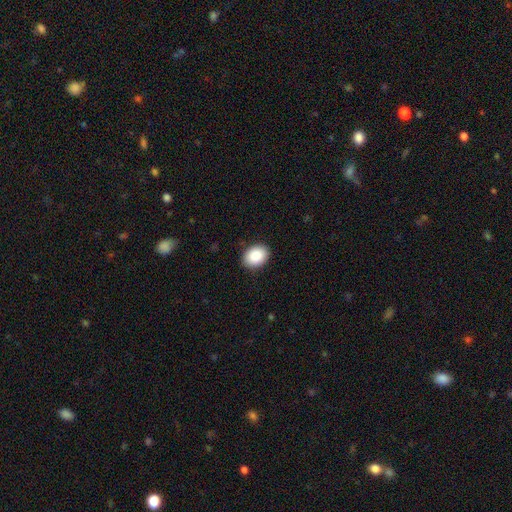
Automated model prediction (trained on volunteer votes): smooth_or_featured: smooth (p=0.90) [alt: star or artifact p=0.07]
how_rounded: in between (p=0.72) [alt: round p=0.28]
merging: none (p=0.89) [alt: minor disturbance p=0.08]